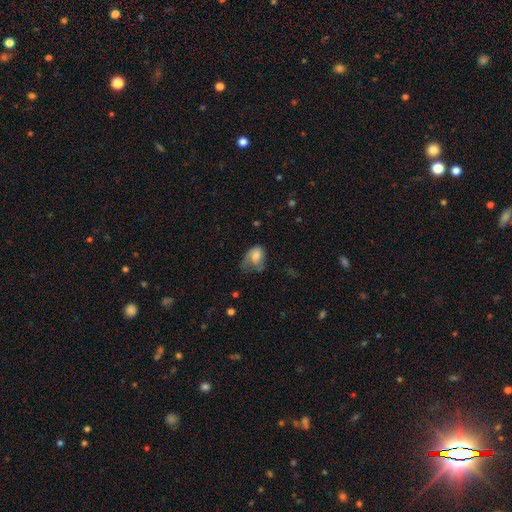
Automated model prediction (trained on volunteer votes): This appears to be a smooth galaxy with no disk features (63%) that is in between round and cigar-shaped (78%). Merging: major disturbance (40%).